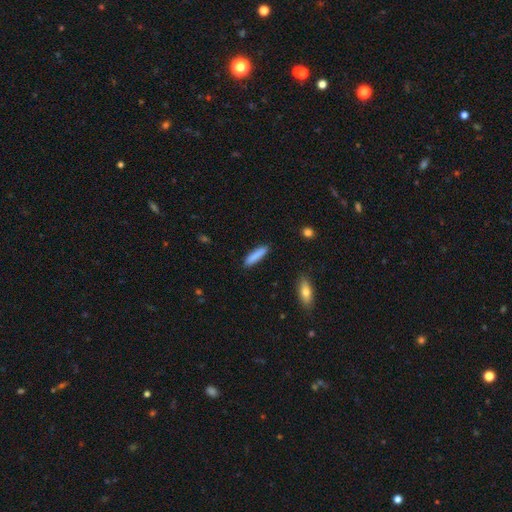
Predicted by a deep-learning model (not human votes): The model was most divided on "how rounded": cigar-shaped: 84%, in between: 15%, round: 1%. More confident: merging — none (88%); smooth or featured — smooth (85%).